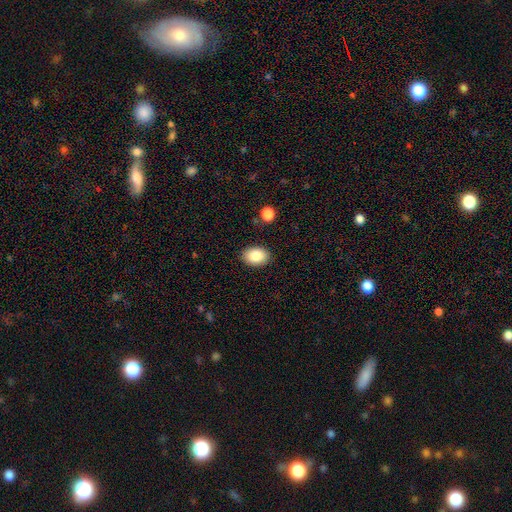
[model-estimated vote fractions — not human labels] smooth-or-featured: smooth: 86% | star or artifact: 8% | featured or disk: 7%
  how-rounded: in between: 81% | round: 18% | cigar-shaped: 1%
  merging: none: 88% | minor disturbance: 8% | major disturbance: 2% | merger: 1%